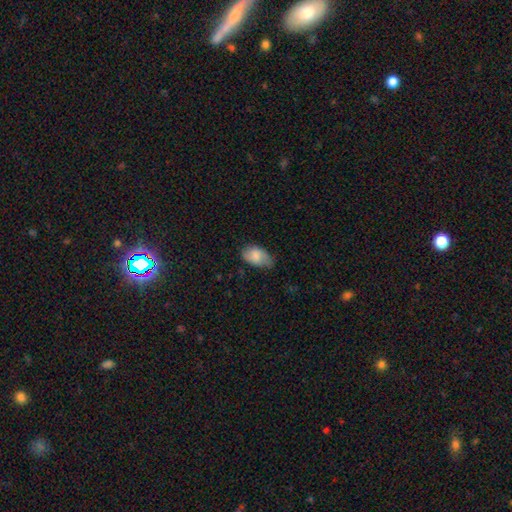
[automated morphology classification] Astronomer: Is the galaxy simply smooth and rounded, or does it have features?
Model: smooth — 79%.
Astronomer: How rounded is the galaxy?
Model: in between — 93%.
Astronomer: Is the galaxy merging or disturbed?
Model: none — 60%.